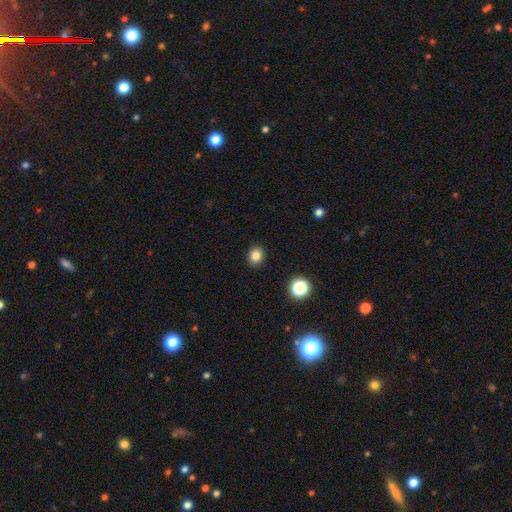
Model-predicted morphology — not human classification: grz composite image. It shows a smooth galaxy with no disk features (83%) that is round (76%). Merging: none (91%).